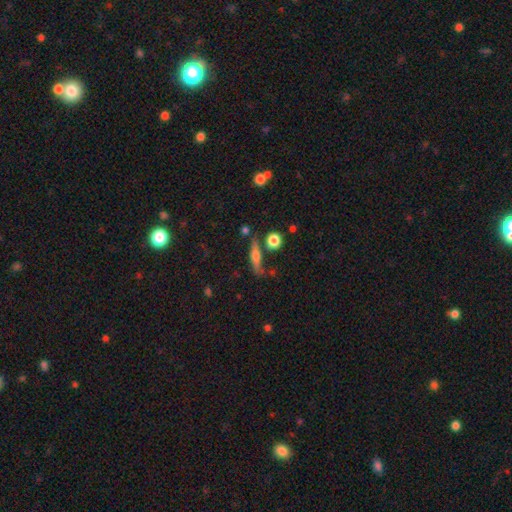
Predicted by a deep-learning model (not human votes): Overall: featured or disk (47%; smooth 44%). Merging: none (73%).